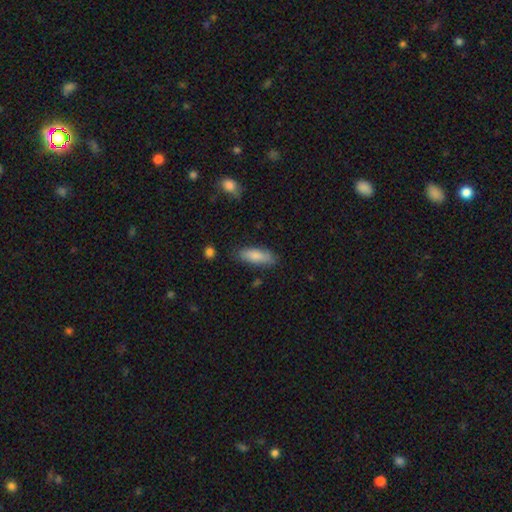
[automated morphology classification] smooth 82%, featured or disk 12%, star or artifact 6%. Down the decision tree: how rounded — in between (66%); merging — none (78%).